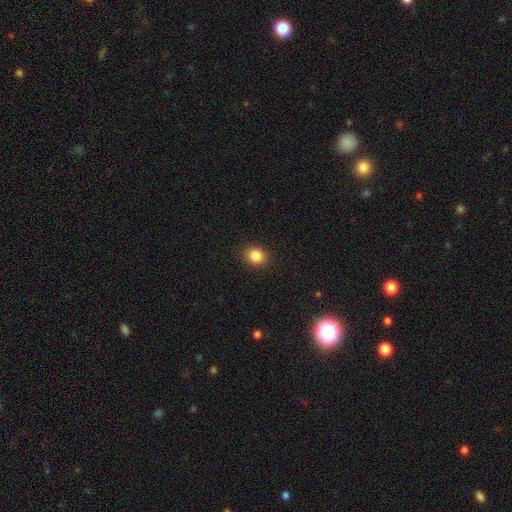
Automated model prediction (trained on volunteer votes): smooth-or-featured: smooth: 86% | star or artifact: 10% | featured or disk: 4%
  how-rounded: round: 57% | in between: 42% | cigar-shaped: 1%
  merging: none: 90% | minor disturbance: 7% | major disturbance: 2% | merger: 1%